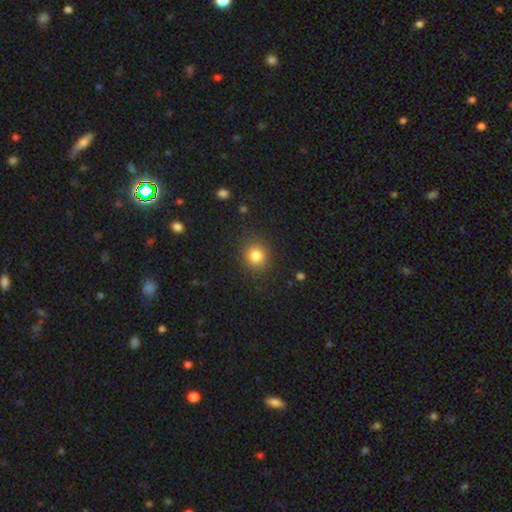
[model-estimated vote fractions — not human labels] A smooth galaxy with no disk features (83%) that is round (83%).

Vote fractions:
- Smooth or featured? smooth: 83% / star or artifact: 12% / featured or disk: 6%
- How rounded? round: 83% / in between: 16% / cigar-shaped: 1%
- Merging? none: 88% / minor disturbance: 8% / major disturbance: 3% / merger: 1%